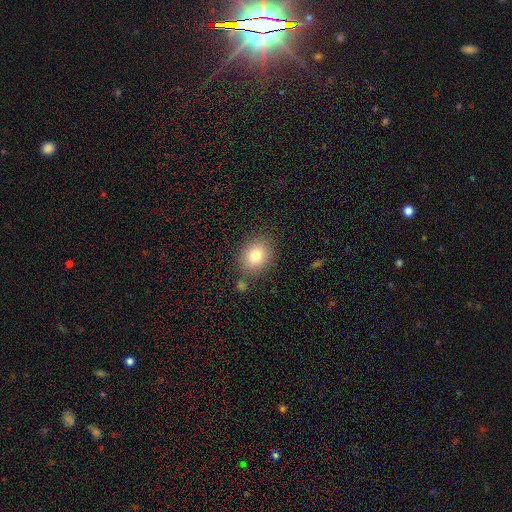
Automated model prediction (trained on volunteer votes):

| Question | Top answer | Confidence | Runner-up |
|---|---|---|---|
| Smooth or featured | smooth | 80% | star or artifact (10%) |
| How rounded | round | 50% | in between (49%) |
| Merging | none | 81% | minor disturbance (11%) |